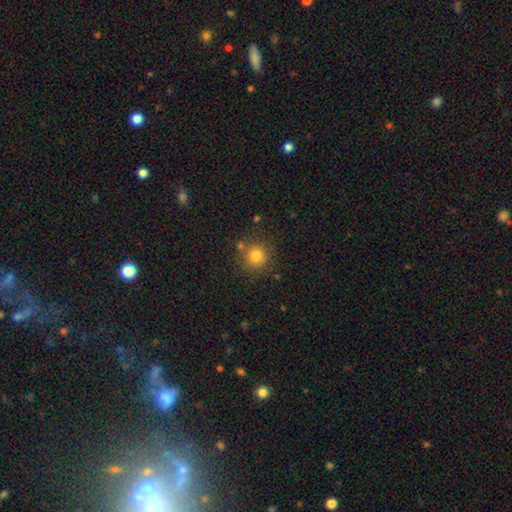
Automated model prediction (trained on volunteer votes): A smooth galaxy with no disk features (80%) that is round (93%).

Vote fractions:
- Smooth or featured? smooth: 80% / star or artifact: 13% / featured or disk: 7%
- How rounded? round: 93% / in between: 6% / cigar-shaped: 1%
- Merging? none: 82% / minor disturbance: 9% / merger: 6% / major disturbance: 3%